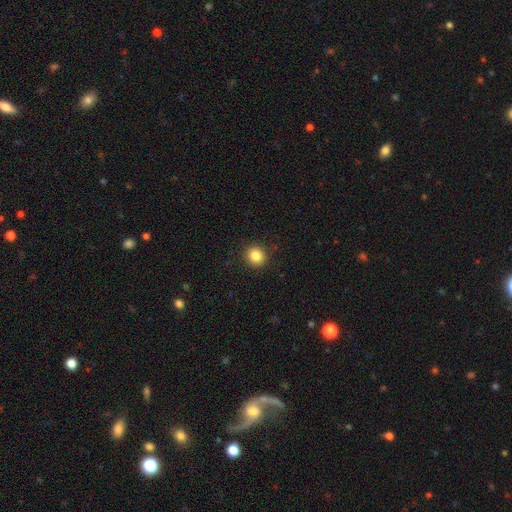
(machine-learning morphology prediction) smooth 85%, star or artifact 10%, featured or disk 5%. Down the decision tree: how rounded — round (89%); merging — none (92%).